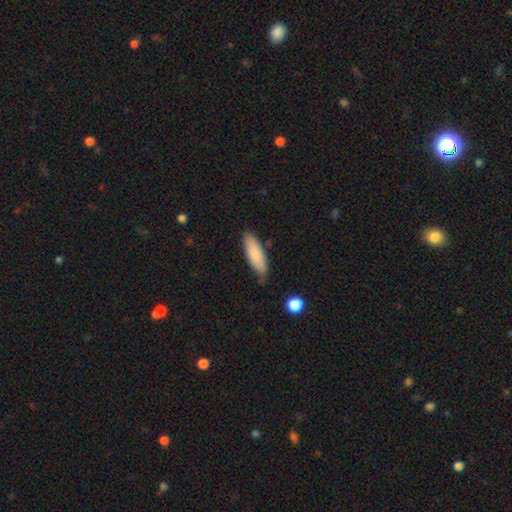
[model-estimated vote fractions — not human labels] Overall: smooth (84%). How rounded: in between (58%; cigar-shaped 40%). Merging: none (76%).